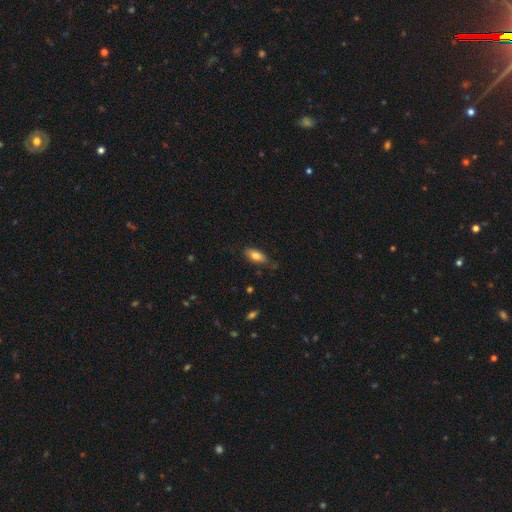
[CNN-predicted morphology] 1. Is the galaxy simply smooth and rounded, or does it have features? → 80% smooth, 13% featured or disk, 7% star or artifact.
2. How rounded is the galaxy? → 86% in between, 11% cigar-shaped, 3% round.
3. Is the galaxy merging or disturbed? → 73% none, 21% minor disturbance, 4% major disturbance, 2% merger.